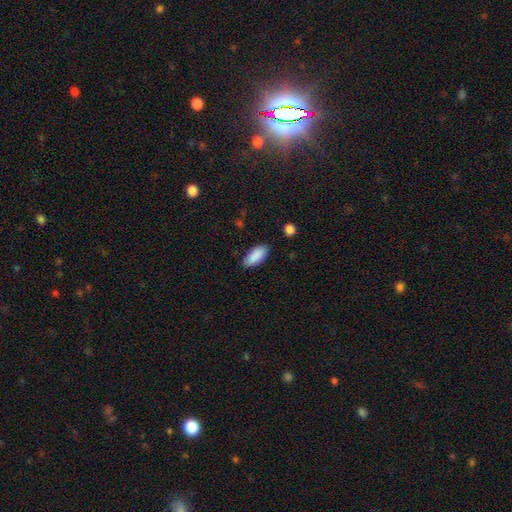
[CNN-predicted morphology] This is clearly a smooth galaxy (90%). How rounded: clearly in between (89%). Merging: clearly none (85%).